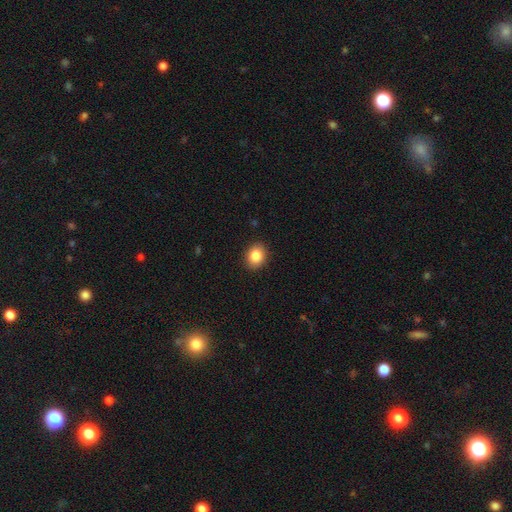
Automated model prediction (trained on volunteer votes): The model was most divided on "how rounded": round: 57%, in between: 42%, cigar-shaped: 1%. More confident: merging — none (89%); smooth or featured — smooth (86%).